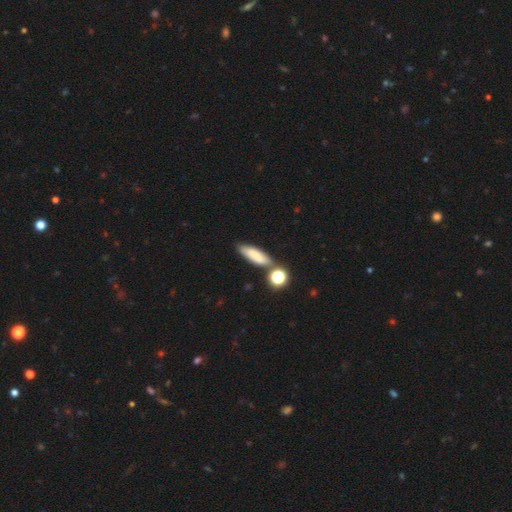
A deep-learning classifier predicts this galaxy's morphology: smooth_or_featured: smooth (p=0.79) [alt: featured or disk p=0.12]
how_rounded: in between (p=0.49) [alt: cigar-shaped p=0.47]
merging: none (p=0.67) [alt: minor disturbance p=0.14]